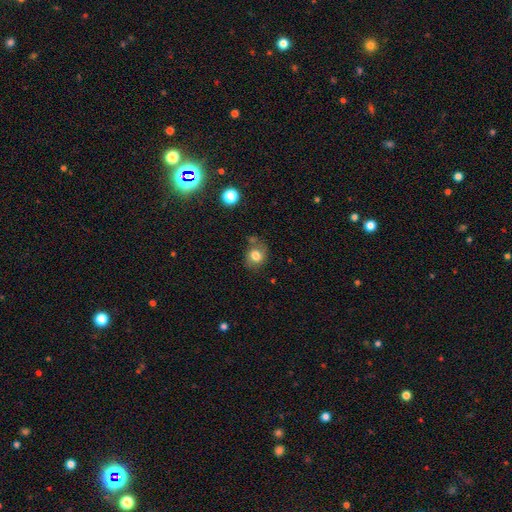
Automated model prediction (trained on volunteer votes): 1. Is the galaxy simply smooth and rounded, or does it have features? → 78% smooth, 12% featured or disk, 10% star or artifact.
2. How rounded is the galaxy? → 67% round, 32% in between, 1% cigar-shaped.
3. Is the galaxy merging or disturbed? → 63% none, 21% minor disturbance, 9% merger, 7% major disturbance.